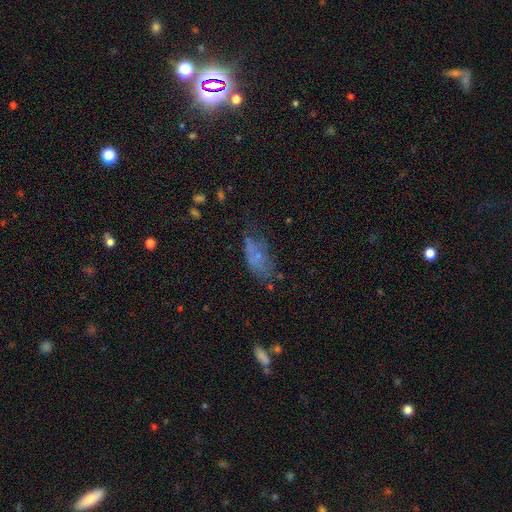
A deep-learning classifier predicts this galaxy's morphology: smooth_or_featured: smooth (p=0.59) [alt: featured or disk p=0.28]
how_rounded: in between (p=0.85) [alt: cigar-shaped p=0.11]
merging: none (p=0.43) [alt: minor disturbance p=0.31]